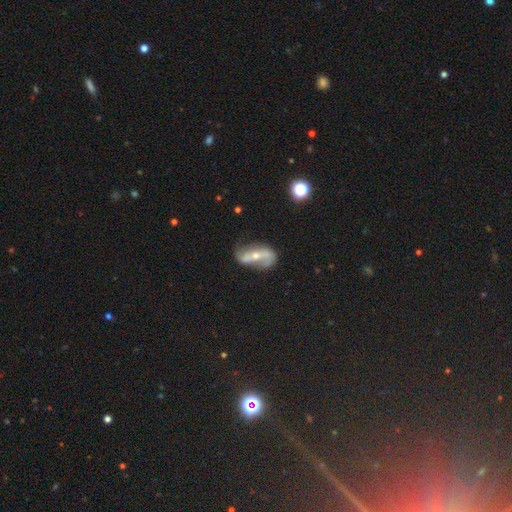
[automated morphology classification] This is clearly a featured or disk galaxy (81%). It is clearly not viewed edge-on (92%). Bar: possibly strong (48%). Spiral arm pattern: clearly yes (88%). Spiral arm count: clearly 2 (89%). Spiral winding: likely loose (68%). Central bulge: possibly small (48%, tied with moderate). Merging: likely none (64%).